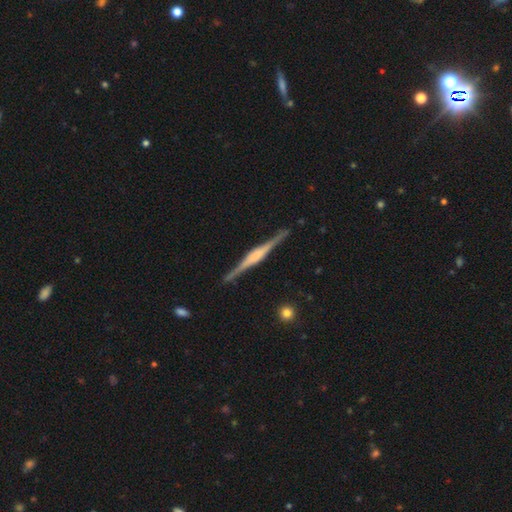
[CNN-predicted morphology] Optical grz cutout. It shows a featured or disk galaxy (85%) viewed edge-on (98%) with a boxy central bulge (47%). Merging: none (89%).